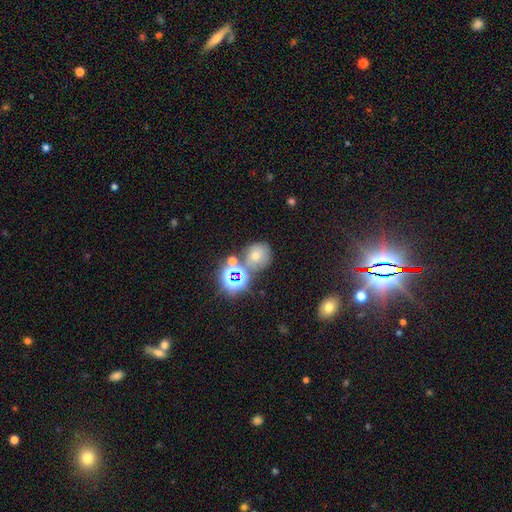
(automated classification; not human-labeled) smooth 42% (tied), star or artifact 42% (tied), featured or disk 16%. Down the decision tree: merging — none (67%).